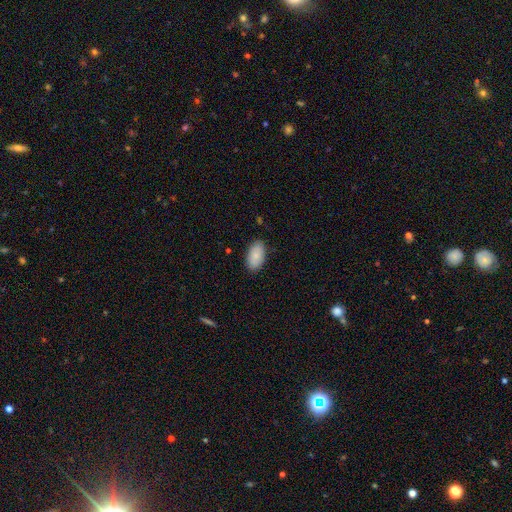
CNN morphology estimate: A smooth galaxy with no disk features (86%) that is in between round and cigar-shaped (95%). Merging: none (86%).